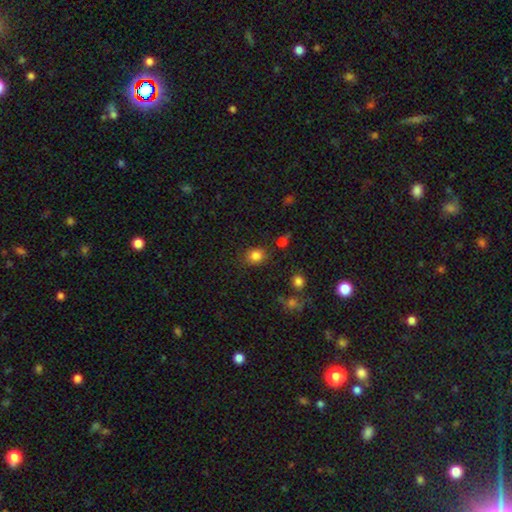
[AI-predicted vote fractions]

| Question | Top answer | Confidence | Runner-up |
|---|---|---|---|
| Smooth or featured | smooth | 83% | star or artifact (12%) |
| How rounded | round | 67% | in between (32%) |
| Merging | none | 80% | minor disturbance (12%) |